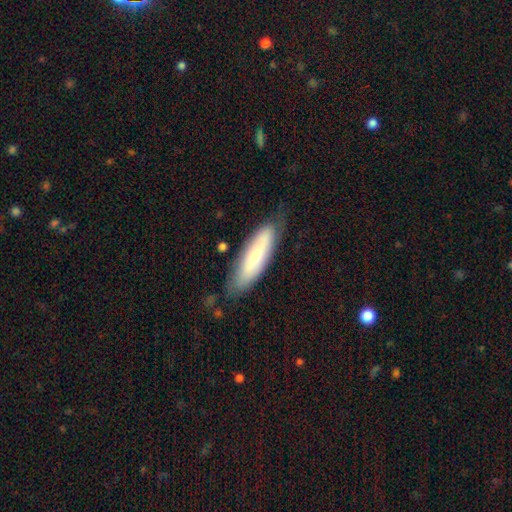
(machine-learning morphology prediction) This appears to be a smooth galaxy with no disk features (64%) that is cigar-shaped (53%). Merging: none (73%).